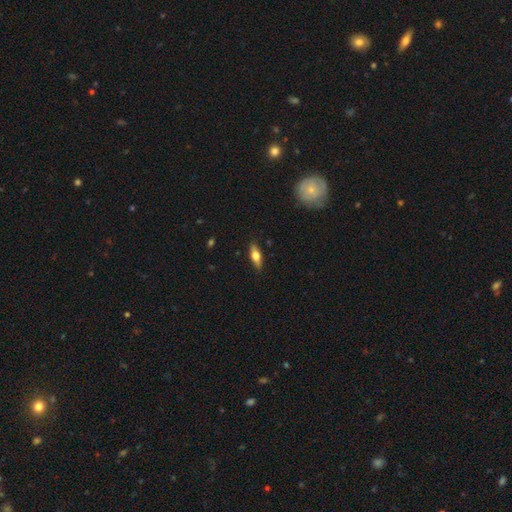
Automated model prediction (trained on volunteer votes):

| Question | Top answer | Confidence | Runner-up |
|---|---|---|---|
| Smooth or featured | smooth | 49% | featured or disk (45%) |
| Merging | none | 88% | minor disturbance (9%) |